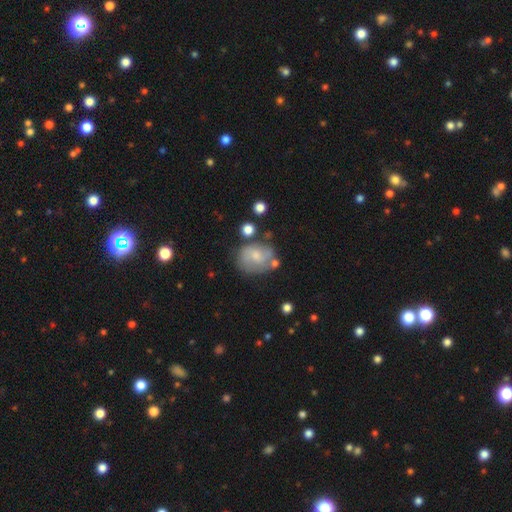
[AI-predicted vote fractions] Smooth or featured? smooth (46%)
Merging? none (55%)